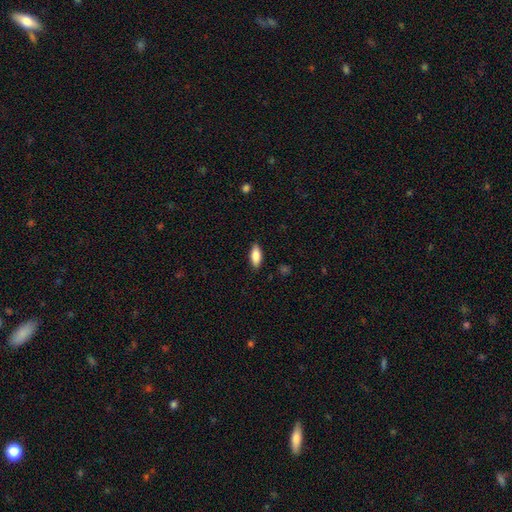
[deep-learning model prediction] Overall: smooth (85%). How rounded: in between (80%). Merging: none (87%).